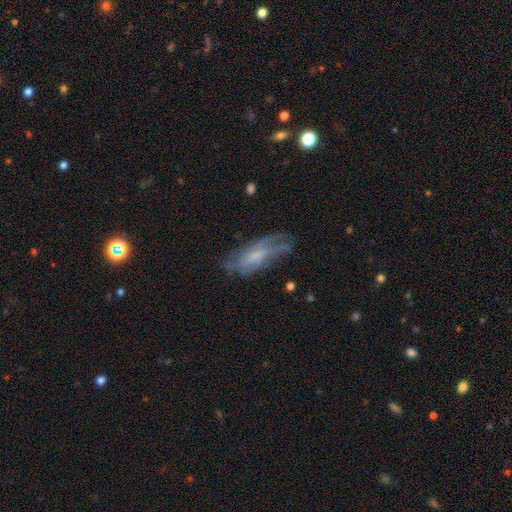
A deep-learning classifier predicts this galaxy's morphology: Smooth or featured?
  - featured or disk: 52% *
  - smooth: 39%
  - star or artifact: 9%
Edge-on disk?
  - no: 78% *
  - yes: 22%
Merging?
  - none: 50% *
  - minor disturbance: 27%
  - major disturbance: 20%
  - merger: 2%